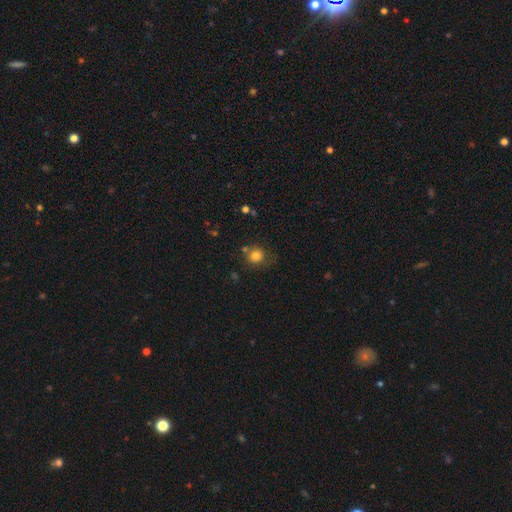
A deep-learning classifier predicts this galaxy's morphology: type=smooth (80%); roundness=round (86%); merging=none (71%).